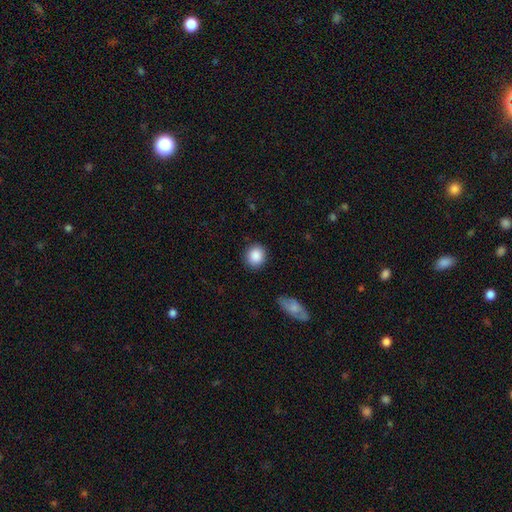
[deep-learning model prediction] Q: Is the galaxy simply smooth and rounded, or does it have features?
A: smooth — 88%.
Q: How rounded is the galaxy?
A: round — 82%.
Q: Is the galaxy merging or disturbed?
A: none — 88%.